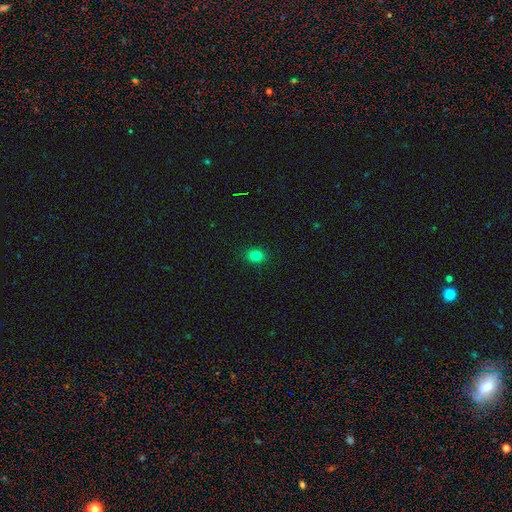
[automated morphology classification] Smooth or featured?
  - smooth: 79% *
  - star or artifact: 15%
  - featured or disk: 6%
How rounded?
  - round: 56% *
  - in between: 43%
  - cigar-shaped: 1%
Merging?
  - none: 89% *
  - minor disturbance: 8%
  - major disturbance: 2%
  - merger: 1%